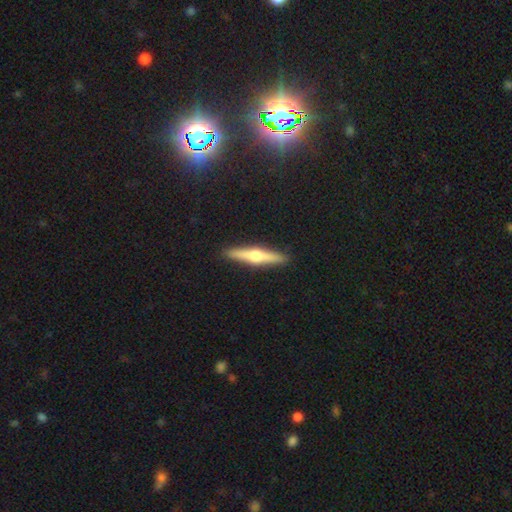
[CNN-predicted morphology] A featured or disk galaxy (62%) viewed edge-on (97%) with a rounded central bulge (91%).

Vote fractions:
- Smooth or featured? featured or disk: 62% / smooth: 32% / star or artifact: 6%
- Edge-on disk? yes: 97% / no: 3%
- Edge-on bulge? rounded: 91% / boxy: 5% / none: 4%
- Merging? none: 92% / minor disturbance: 6% / major disturbance: 1% / merger: 1%